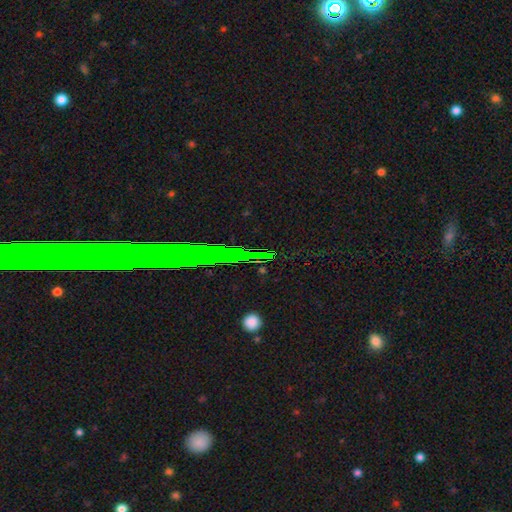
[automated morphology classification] smooth-or-featured: star or artifact: 62% | smooth: 22% | featured or disk: 15%